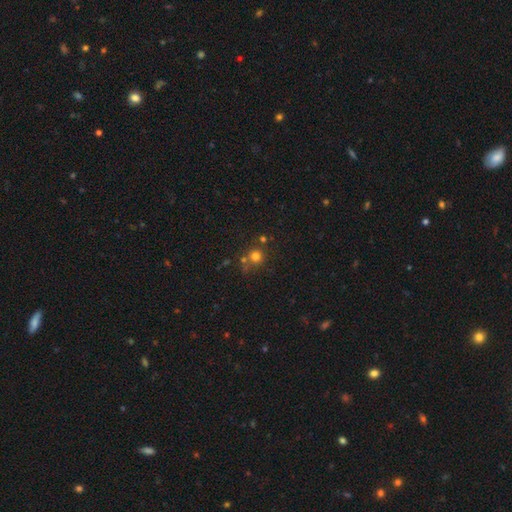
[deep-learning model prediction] A smooth galaxy with no disk features (73%) that is round (91%).

Vote fractions:
- Smooth or featured? smooth: 73% / star or artifact: 18% / featured or disk: 9%
- How rounded? round: 91% / in between: 8% / cigar-shaped: 1%
- Merging? none: 63% / merger: 23% / minor disturbance: 10% / major disturbance: 5%